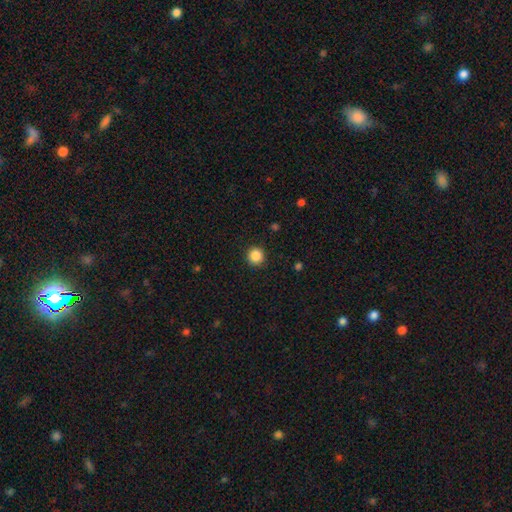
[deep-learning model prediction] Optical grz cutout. It shows a smooth galaxy with no disk features (86%) that is round (95%). Merging: none (91%).